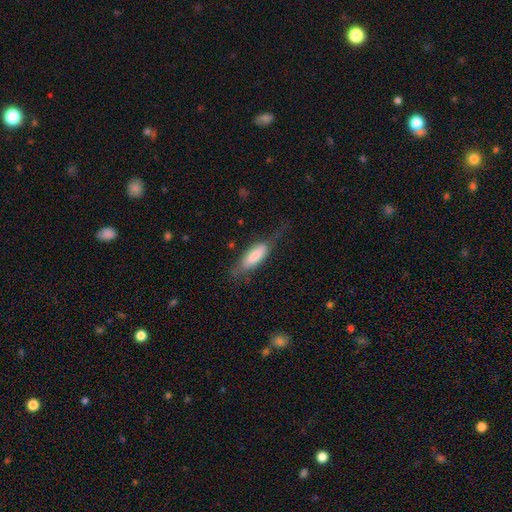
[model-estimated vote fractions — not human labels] Smooth or featured?
  - smooth: 72% *
  - featured or disk: 22%
  - star or artifact: 6%
How rounded?
  - in between: 60% *
  - cigar-shaped: 38%
  - round: 2%
Merging?
  - none: 51% *
  - minor disturbance: 28%
  - major disturbance: 19%
  - merger: 2%